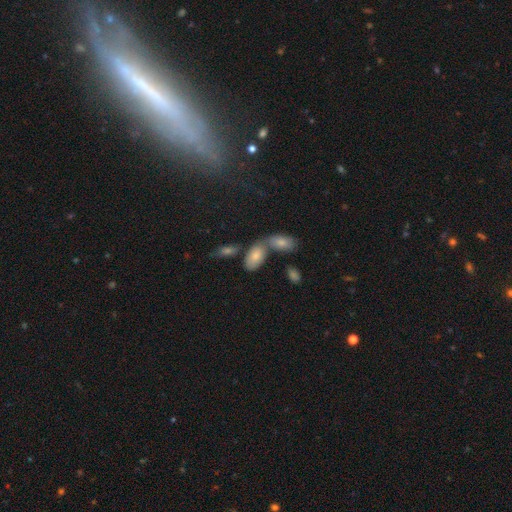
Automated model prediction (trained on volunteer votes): A smooth galaxy with no disk features (79%) that is in between round and cigar-shaped (94%). Merging: none (42%).